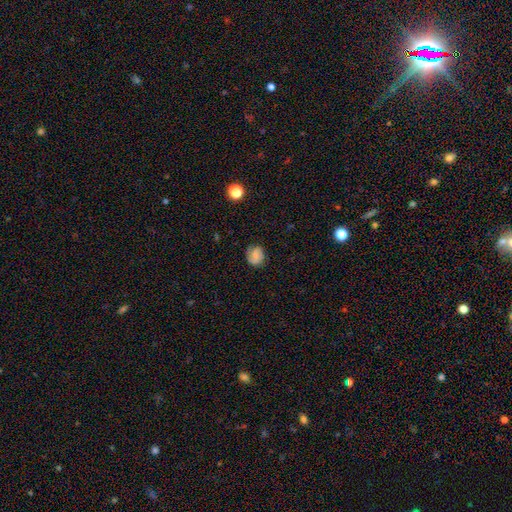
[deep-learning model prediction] Morphology: type=smooth (56%); roundness=round (70%); merging=none (78%).